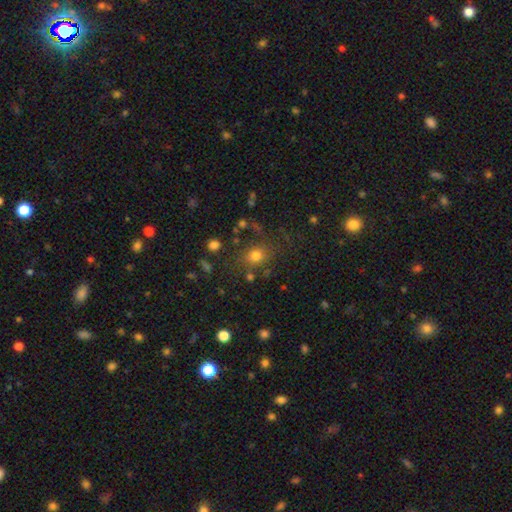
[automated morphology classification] smooth 74%, star or artifact 16%, featured or disk 10%. Down the decision tree: how rounded — round (62%); merging — none (72%).